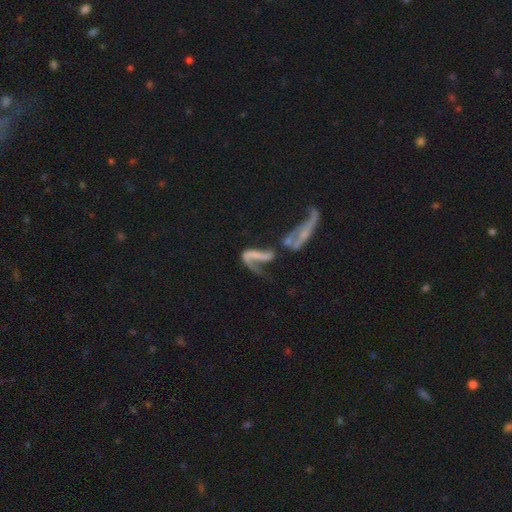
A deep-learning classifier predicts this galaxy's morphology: Overall: featured or disk (62%; smooth 27%). Edge-on disk: no (86%). Bar: no (54%; strong 24%). Spiral arms: yes (64%; no 36%). Bulge size: none (67%). Merging: merger (44%; major disturbance 28%).